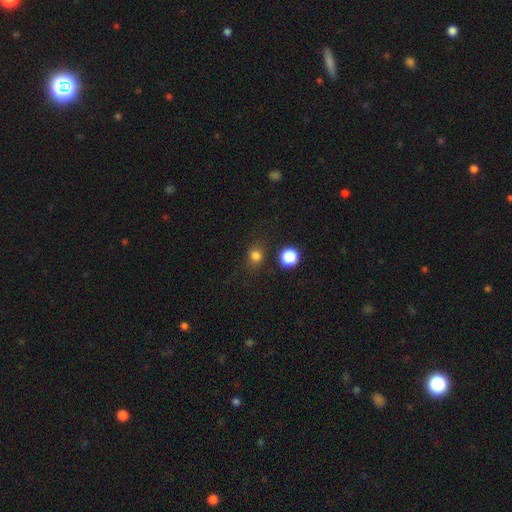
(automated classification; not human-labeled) Q: Smooth or featured?
A: smooth (78%); runner-up: star or artifact (17%)
Q: How rounded?
A: round (68%); runner-up: in between (30%)
Q: Merging?
A: none (74%); runner-up: minor disturbance (14%)